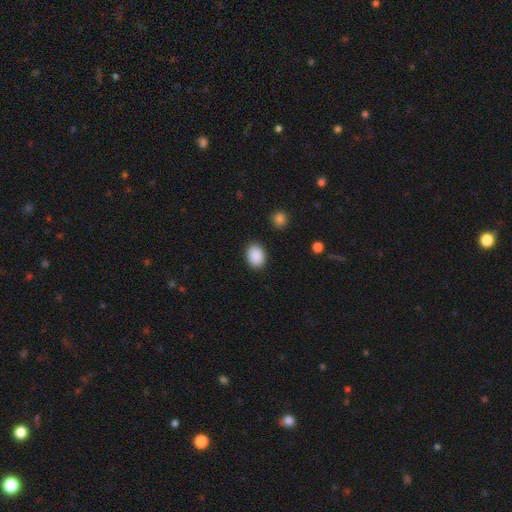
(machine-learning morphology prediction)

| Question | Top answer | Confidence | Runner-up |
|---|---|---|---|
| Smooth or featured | smooth | 90% | star or artifact (7%) |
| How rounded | in between | 71% | round (28%) |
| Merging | none | 88% | minor disturbance (8%) |